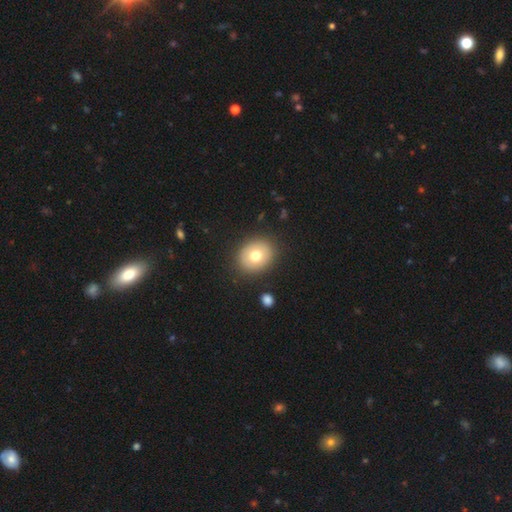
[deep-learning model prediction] Smooth or featured? smooth (70%)
How rounded? round (60%)
Merging? none (88%)